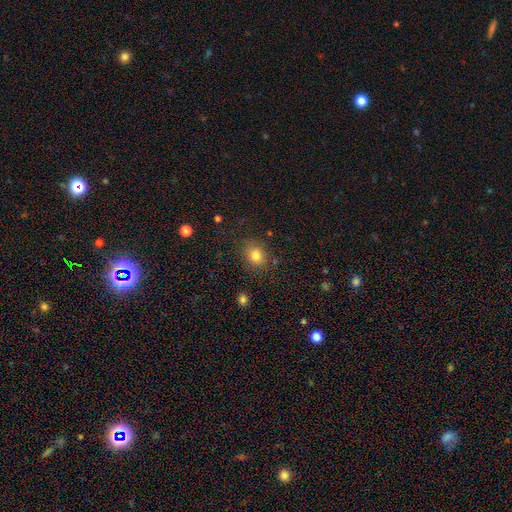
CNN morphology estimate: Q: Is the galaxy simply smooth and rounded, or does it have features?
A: smooth — 81%.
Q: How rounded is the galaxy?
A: round — 67%.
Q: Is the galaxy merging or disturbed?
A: none — 81%.